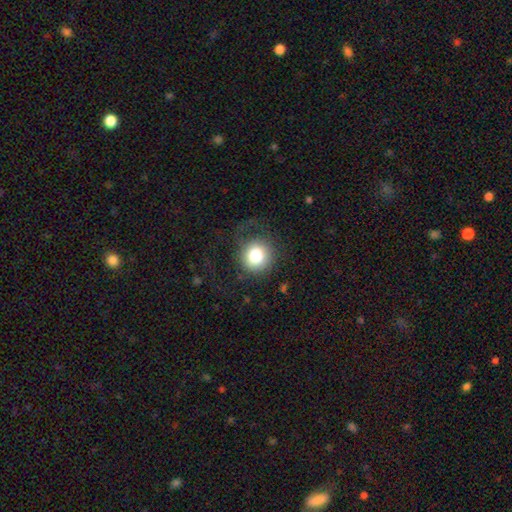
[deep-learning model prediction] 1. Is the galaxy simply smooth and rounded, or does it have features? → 78% smooth, 12% featured or disk, 10% star or artifact.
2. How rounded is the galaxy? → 89% round, 11% in between, 1% cigar-shaped.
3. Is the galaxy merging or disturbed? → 67% none, 16% major disturbance, 15% minor disturbance, 1% merger.